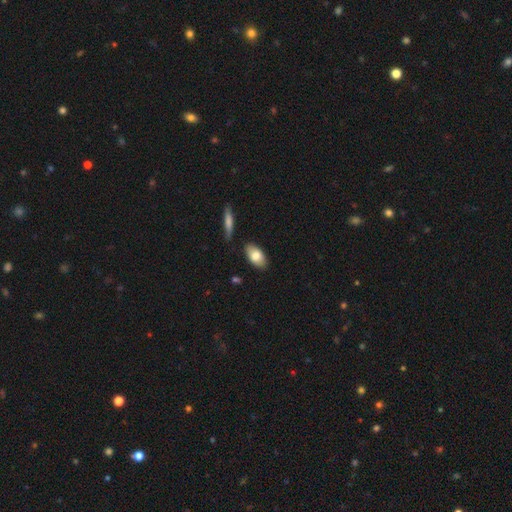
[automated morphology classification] Q: Smooth or featured?
A: smooth (81%); runner-up: featured or disk (13%)
Q: How rounded?
A: in between (92%); runner-up: cigar-shaped (5%)
Q: Merging?
A: none (82%); runner-up: minor disturbance (12%)